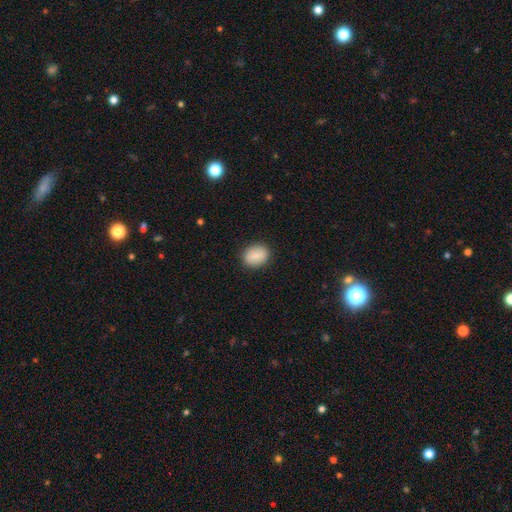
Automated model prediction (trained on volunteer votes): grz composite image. It shows a smooth galaxy with no disk features (85%) that is in between round and cigar-shaped (51%). Merging: none (89%).